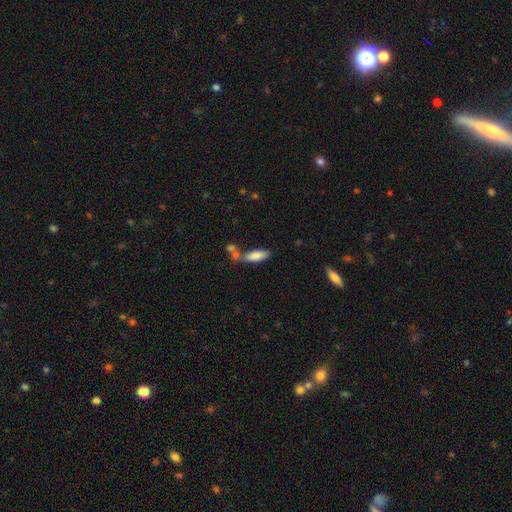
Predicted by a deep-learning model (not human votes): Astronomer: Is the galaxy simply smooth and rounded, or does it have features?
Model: smooth — 83%.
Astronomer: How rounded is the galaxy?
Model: in between — 60% (runner-up: cigar-shaped, 38%).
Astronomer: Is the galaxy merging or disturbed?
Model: none — 53%.